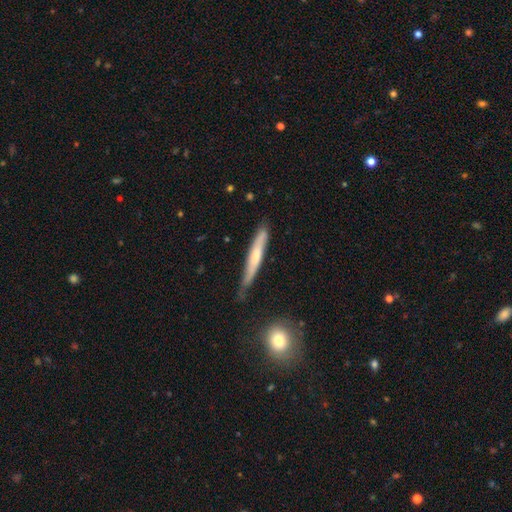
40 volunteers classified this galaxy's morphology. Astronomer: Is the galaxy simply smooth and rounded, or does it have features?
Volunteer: smooth — 52% (runner-up: featured or disk, 42%).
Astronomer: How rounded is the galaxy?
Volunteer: cigar-shaped — 100%.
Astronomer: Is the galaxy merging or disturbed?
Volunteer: none — 47%, tied with minor disturbance at 47%.